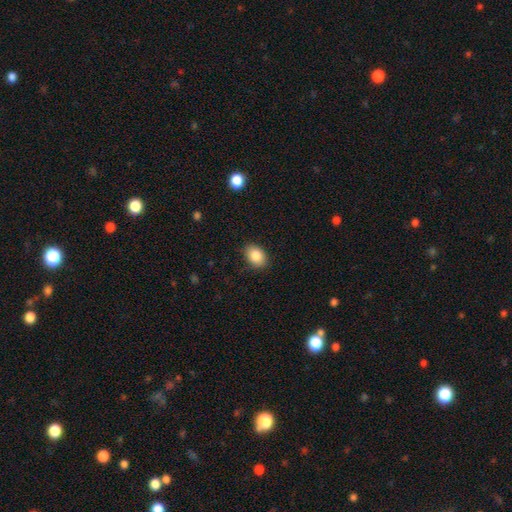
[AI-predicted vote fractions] Q: Smooth or featured?
A: smooth (86%); runner-up: star or artifact (8%)
Q: How rounded?
A: in between (77%); runner-up: round (22%)
Q: Merging?
A: none (87%); runner-up: minor disturbance (9%)